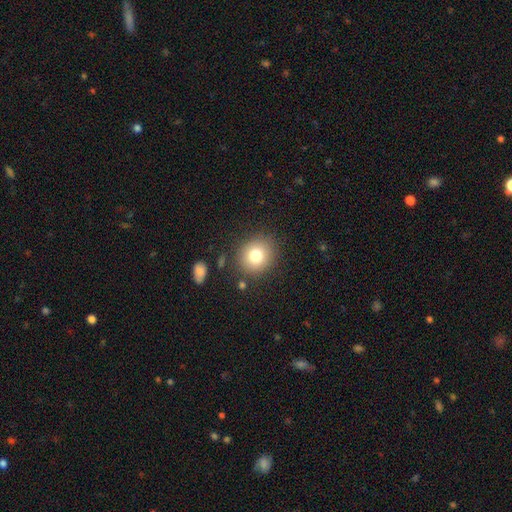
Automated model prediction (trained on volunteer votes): A smooth galaxy with no disk features (78%) that is round (79%).

Vote fractions:
- Smooth or featured? smooth: 78% / star or artifact: 12% / featured or disk: 10%
- How rounded? round: 79% / in between: 20% / cigar-shaped: 1%
- Merging? none: 85% / minor disturbance: 9% / major disturbance: 3% / merger: 3%